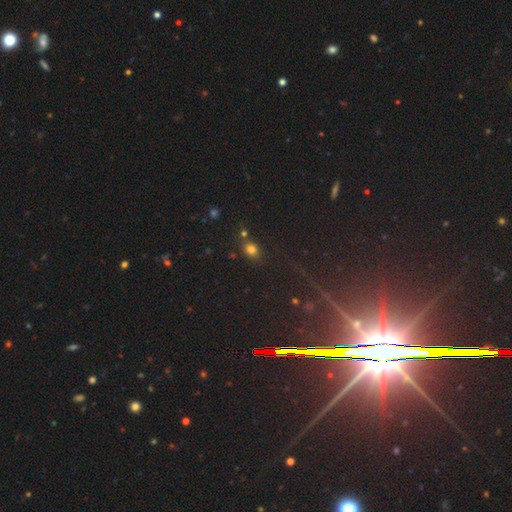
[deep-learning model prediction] A star or artifact, not a galaxy (69%).

Vote fractions:
- Smooth or featured? star or artifact: 69% / smooth: 17% / featured or disk: 14%